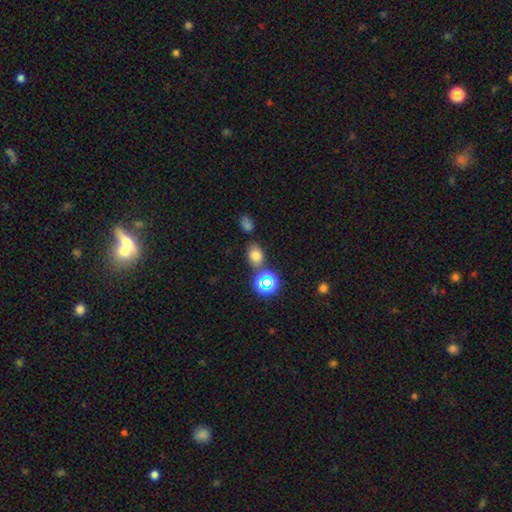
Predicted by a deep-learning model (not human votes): Q: Smooth or featured?
A: smooth (71%); runner-up: star or artifact (21%)
Q: How rounded?
A: in between (59%); runner-up: round (39%)
Q: Merging?
A: none (72%); runner-up: minor disturbance (13%)